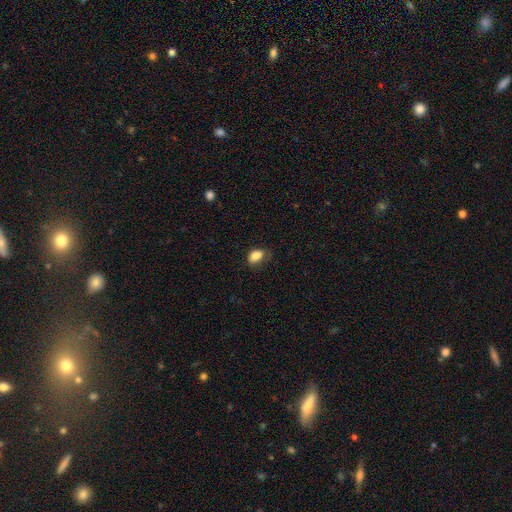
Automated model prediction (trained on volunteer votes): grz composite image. It shows a smooth galaxy with no disk features (84%) that is in between round and cigar-shaped (83%). Merging: none (52%).